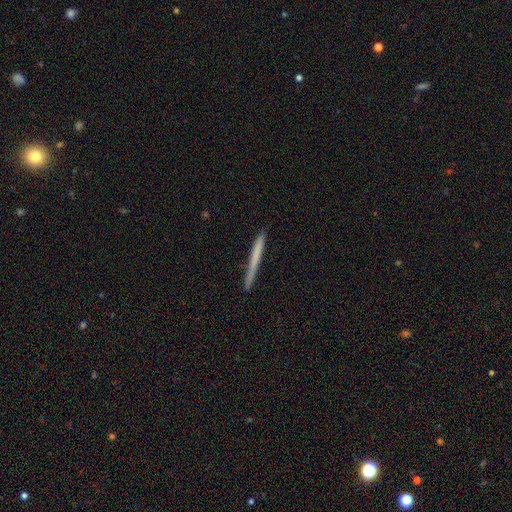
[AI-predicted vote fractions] smooth_or_featured: smooth (p=0.59) [alt: featured or disk p=0.35]
how_rounded: cigar-shaped (p=0.97) [alt: in between p=0.02]
merging: none (p=0.88) [alt: minor disturbance p=0.09]